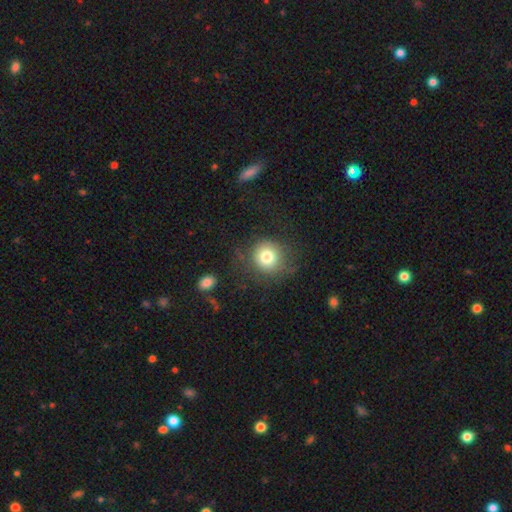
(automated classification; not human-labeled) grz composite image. It shows a smooth galaxy with no disk features (71%) that is round (87%). Merging: none (76%).